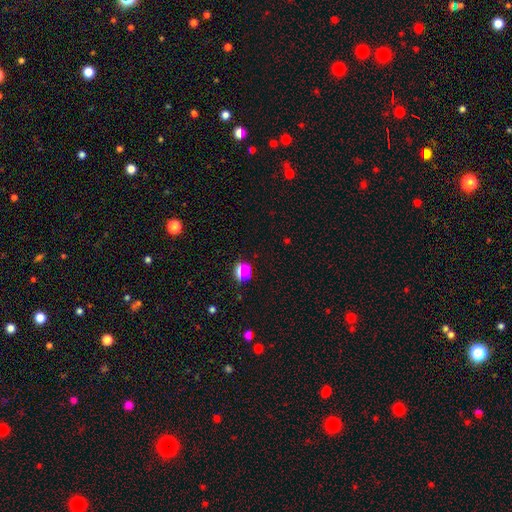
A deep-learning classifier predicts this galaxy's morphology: Smooth or featured? star or artifact (48%)